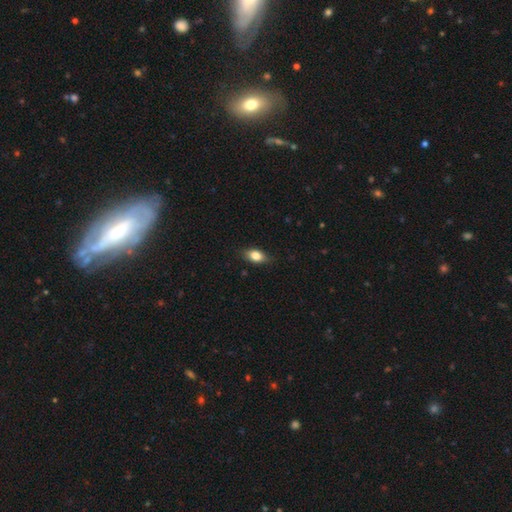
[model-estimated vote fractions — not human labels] This is likely a smooth galaxy (80%). How rounded: clearly in between (83%). Merging: clearly none (81%).